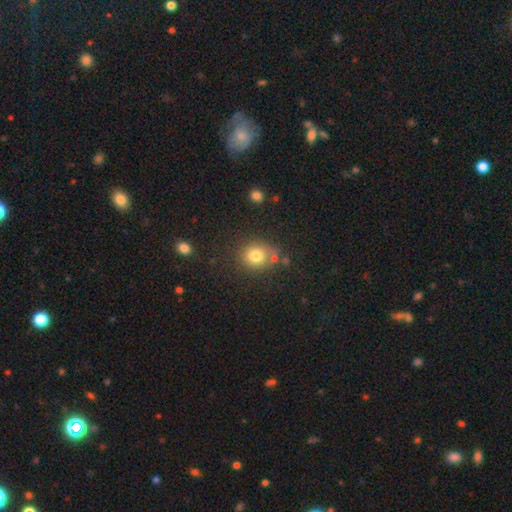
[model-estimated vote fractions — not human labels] A smooth galaxy with no disk features (77%) that is round (77%).

Vote fractions:
- Smooth or featured? smooth: 77% / star or artifact: 13% / featured or disk: 10%
- How rounded? round: 77% / in between: 23% / cigar-shaped: 1%
- Merging? none: 67% / minor disturbance: 17% / merger: 10% / major disturbance: 6%